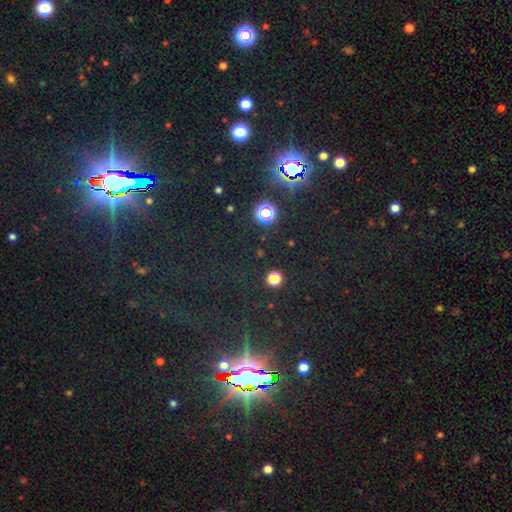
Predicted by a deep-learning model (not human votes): The model was most divided on "smooth or featured": star or artifact: 79%, smooth: 13%, featured or disk: 8%.